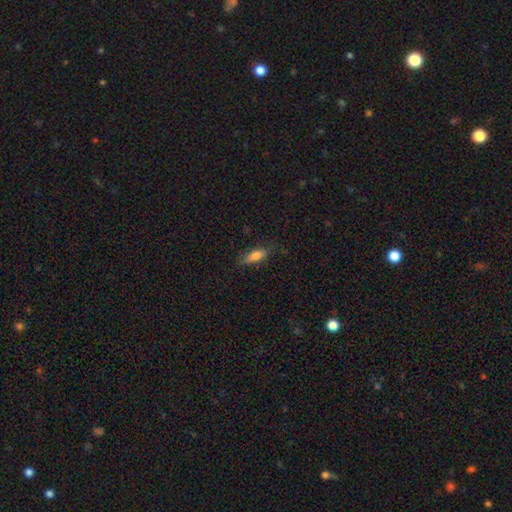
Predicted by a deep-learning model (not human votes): Smooth or featured?
  - smooth: 66% *
  - featured or disk: 26%
  - star or artifact: 8%
How rounded?
  - in between: 52% *
  - cigar-shaped: 45%
  - round: 3%
Merging?
  - none: 79% *
  - minor disturbance: 16%
  - major disturbance: 4%
  - merger: 1%